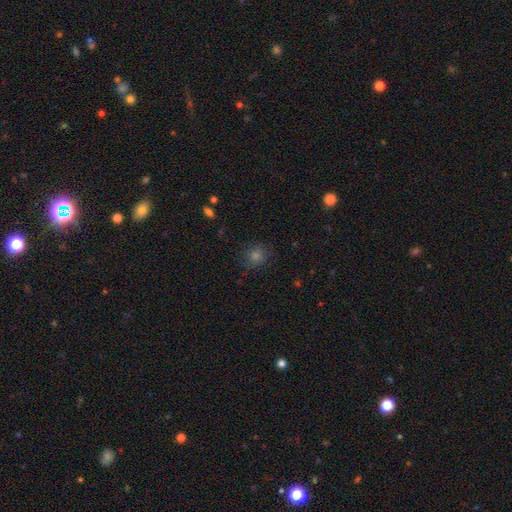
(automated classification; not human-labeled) This is likely a smooth galaxy (69%). How rounded: clearly round (88%). Merging: clearly none (85%).